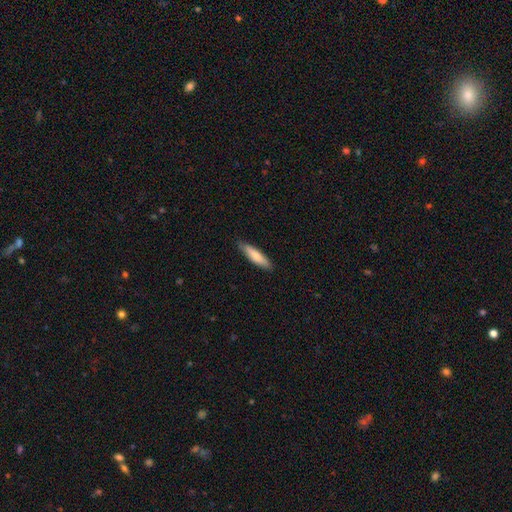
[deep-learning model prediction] Overall: smooth (77%). How rounded: cigar-shaped (75%). Merging: none (87%).